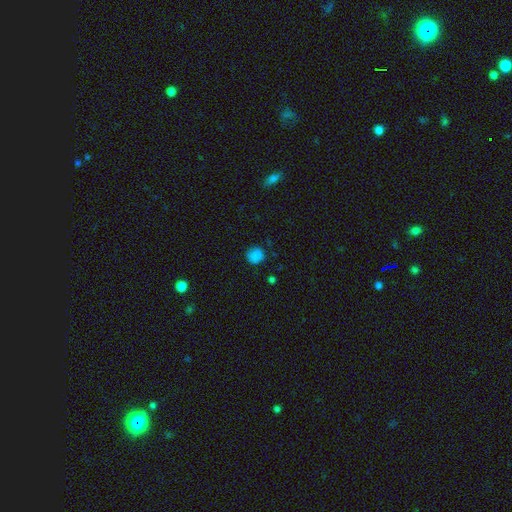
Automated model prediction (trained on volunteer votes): Smooth or featured: smooth — 79% (star or artifact — 16%)
How rounded: round — 88% (in between — 11%)
Merging: none — 79% (minor disturbance — 15%)